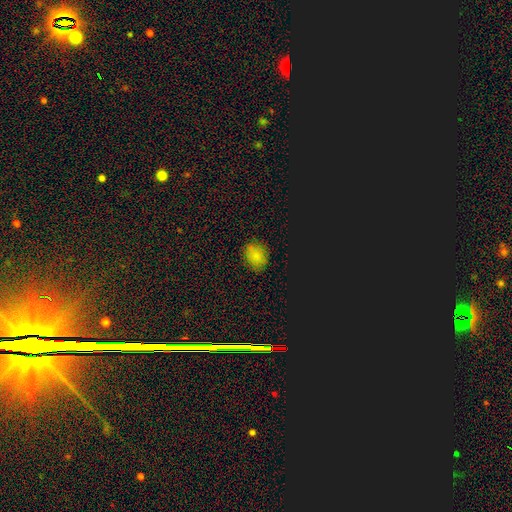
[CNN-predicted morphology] Smooth or featured: smooth — 75% (star or artifact — 19%)
How rounded: round — 52% (in between — 47%)
Merging: none — 82% (minor disturbance — 13%)